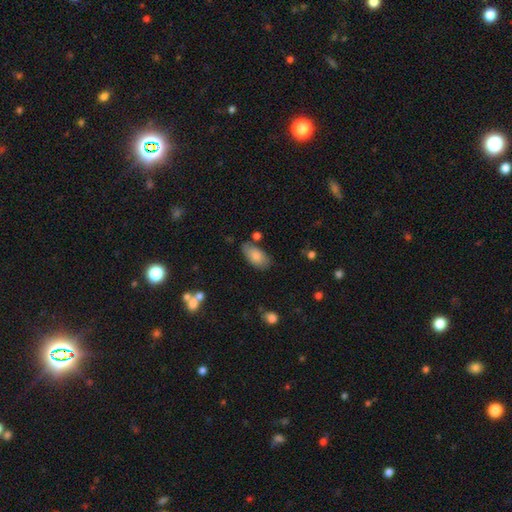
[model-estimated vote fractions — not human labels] Overall: smooth (82%). How rounded: in between (93%). Merging: none (67%).